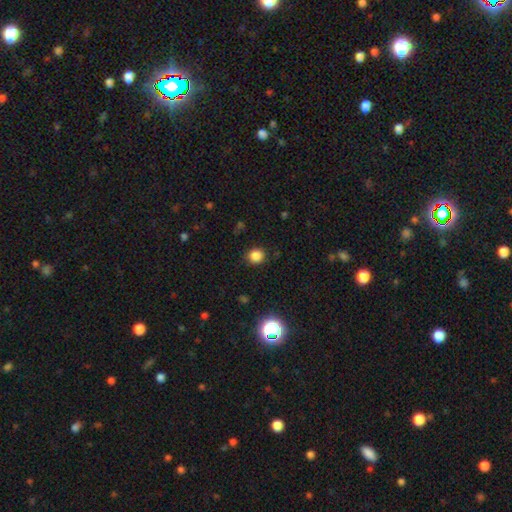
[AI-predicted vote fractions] Smooth or featured? Predicted: smooth (p=0.83). How rounded? Predicted: round (p=0.87). Merging? Predicted: none (p=0.88).